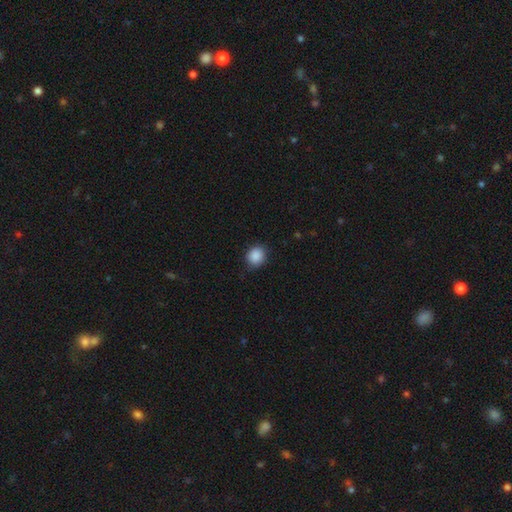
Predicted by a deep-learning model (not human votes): A smooth galaxy with no disk features (89%) that is round (77%). Merging: none (83%).